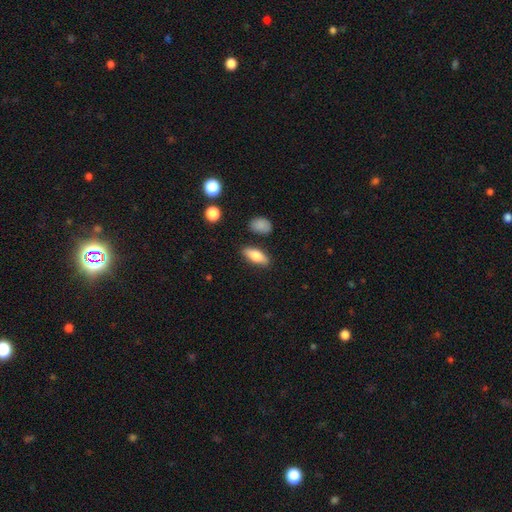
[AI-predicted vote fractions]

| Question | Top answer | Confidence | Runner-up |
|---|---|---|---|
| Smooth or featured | smooth | 74% | featured or disk (19%) |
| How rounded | in between | 73% | cigar-shaped (23%) |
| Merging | none | 83% | minor disturbance (11%) |